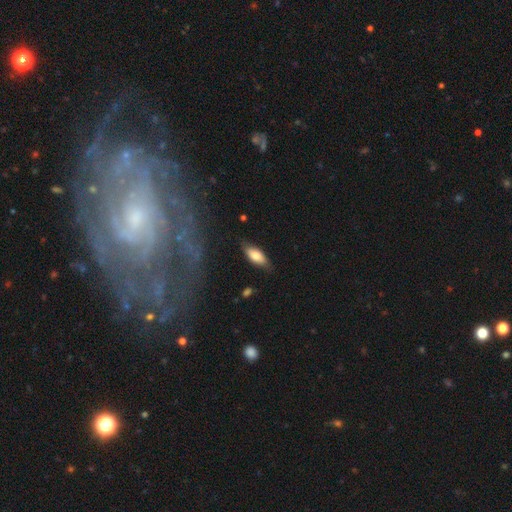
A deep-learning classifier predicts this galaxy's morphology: type=smooth (77%); roundness=in between (82%); merging=none (77%).